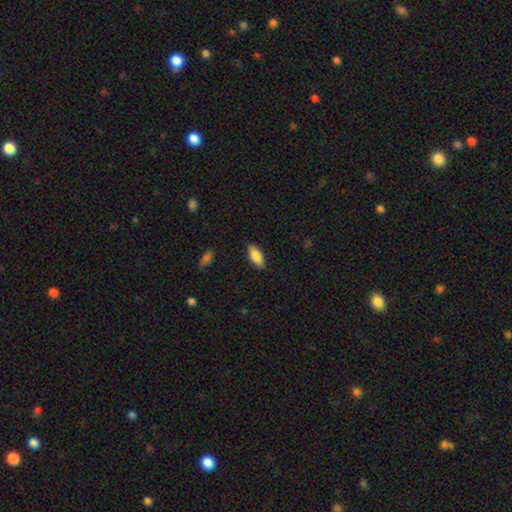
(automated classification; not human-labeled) This appears to be a smooth galaxy with no disk features (84%) that is in between round and cigar-shaped (84%). Merging: none (87%).